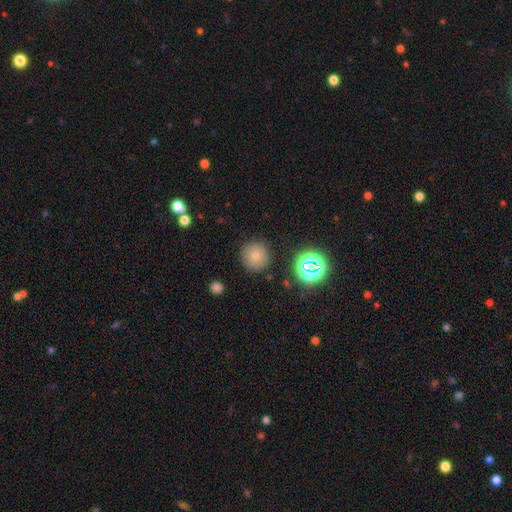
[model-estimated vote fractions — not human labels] This is likely a smooth galaxy (71%). How rounded: clearly round (95%). Merging: clearly none (89%).